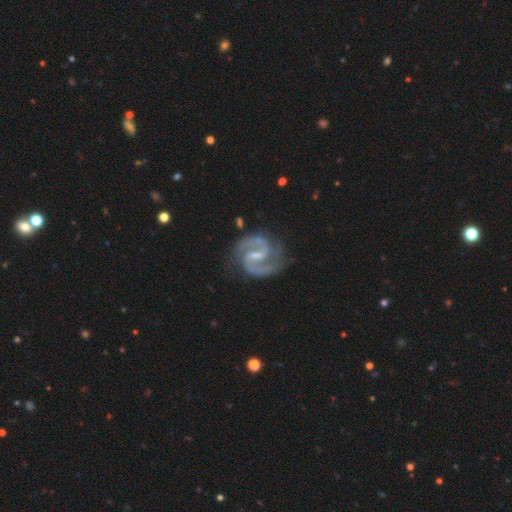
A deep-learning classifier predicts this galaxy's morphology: This appears to be a featured or disk galaxy (93%) with a weak bar (54%), 2 (94%) medium (65%) spiral arms (98%) and a small central bulge (54%). Merging: none (80%).